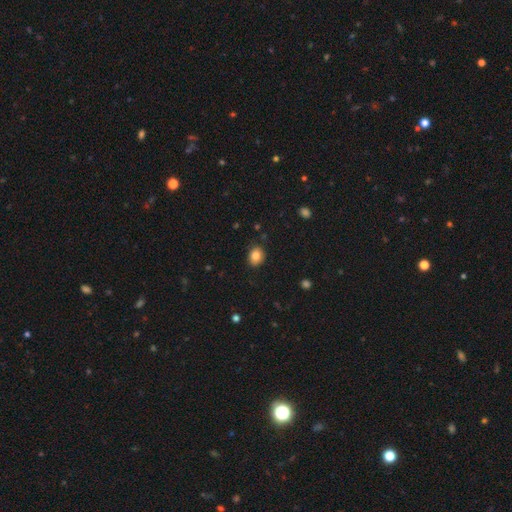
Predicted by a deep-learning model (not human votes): Smooth or featured? smooth (84%)
How rounded? in between (50%)
Merging? none (85%)